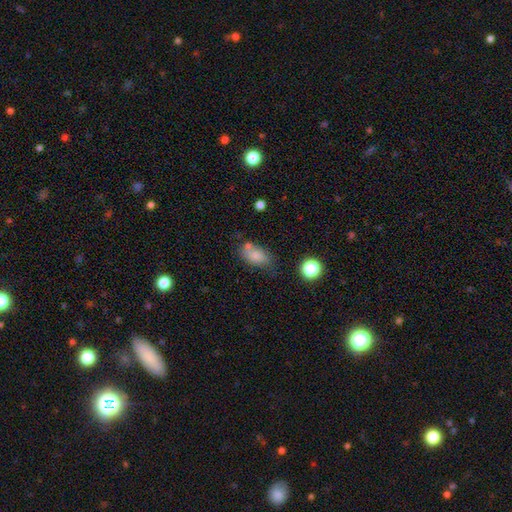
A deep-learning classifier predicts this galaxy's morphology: smooth_or_featured: smooth (p=0.79) [alt: featured or disk p=0.11]
how_rounded: in between (p=0.87) [alt: round p=0.09]
merging: none (p=0.54) [alt: minor disturbance p=0.23]